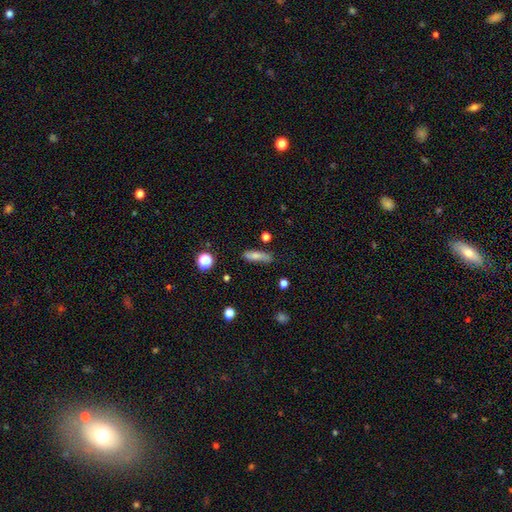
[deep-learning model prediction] Smooth or featured? Predicted: smooth (p=0.76). How rounded? Predicted: cigar-shaped (p=0.58). Merging? Predicted: none (p=0.65).